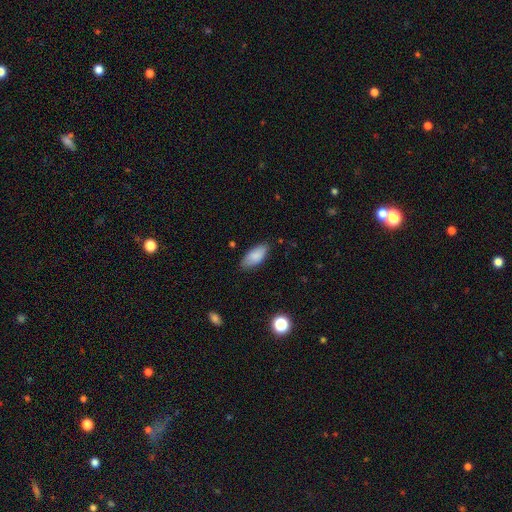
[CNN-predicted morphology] smooth_or_featured: smooth (p=0.86) [alt: featured or disk p=0.07]
how_rounded: in between (p=0.88) [alt: cigar-shaped p=0.10]
merging: none (p=0.82) [alt: minor disturbance p=0.14]